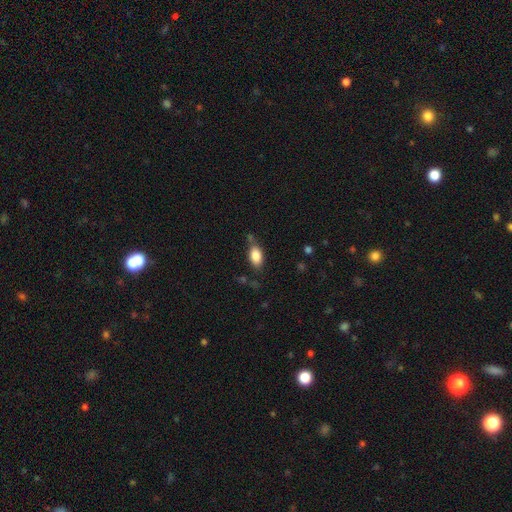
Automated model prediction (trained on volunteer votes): smooth_or_featured: smooth (p=0.84) [alt: featured or disk p=0.08]
how_rounded: in between (p=0.90) [alt: round p=0.06]
merging: none (p=0.68) [alt: minor disturbance p=0.20]